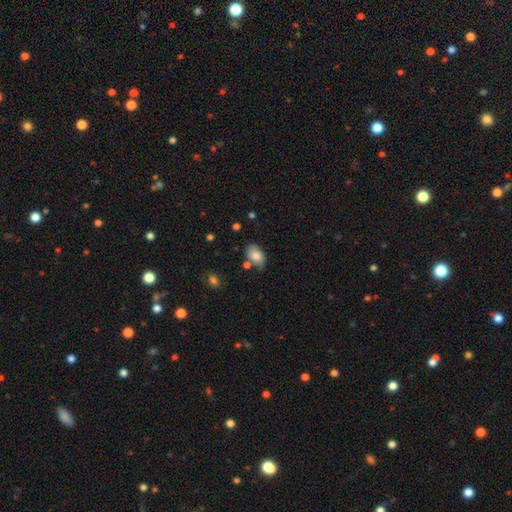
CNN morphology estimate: A smooth galaxy with no disk features (80%) that is in between round and cigar-shaped (90%).

Vote fractions:
- Smooth or featured? smooth: 80% / featured or disk: 12% / star or artifact: 8%
- How rounded? in between: 90% / round: 9% / cigar-shaped: 1%
- Merging? none: 56% / minor disturbance: 27% / merger: 10% / major disturbance: 7%